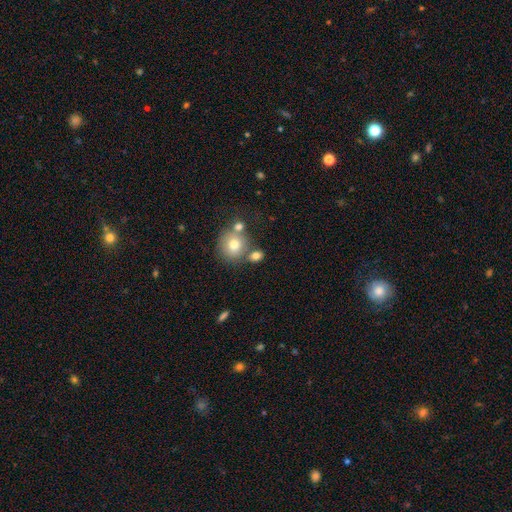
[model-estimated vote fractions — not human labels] This is likely a smooth galaxy (76%). How rounded: likely round (63%). Merging: possibly none (57%).